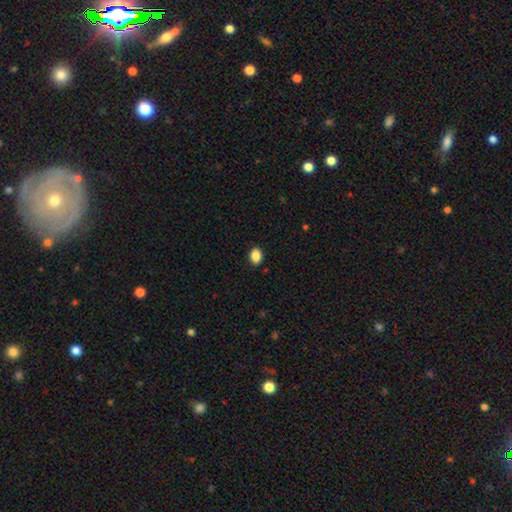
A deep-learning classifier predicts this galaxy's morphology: Q: Smooth or featured?
A: smooth (89%); runner-up: star or artifact (8%)
Q: How rounded?
A: in between (75%); runner-up: round (24%)
Q: Merging?
A: none (89%); runner-up: minor disturbance (8%)